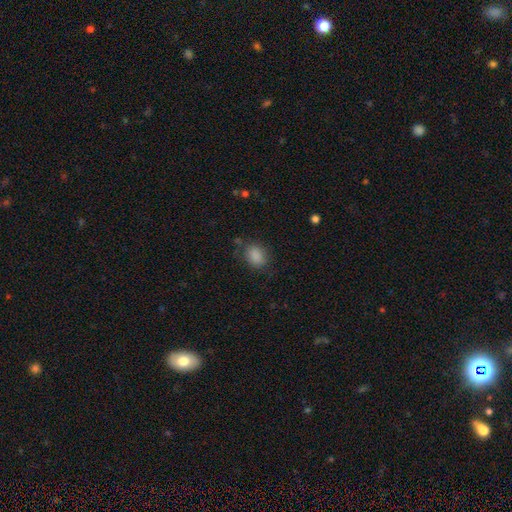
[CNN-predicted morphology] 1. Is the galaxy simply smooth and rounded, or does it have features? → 86% smooth, 9% star or artifact, 5% featured or disk.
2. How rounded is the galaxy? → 63% in between, 36% round, 1% cigar-shaped.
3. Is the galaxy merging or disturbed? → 76% none, 17% minor disturbance, 6% major disturbance, 2% merger.